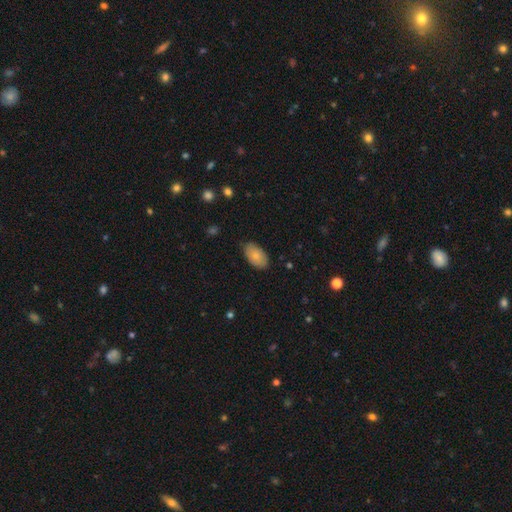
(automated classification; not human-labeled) Overall: smooth (82%). How rounded: in between (94%). Merging: none (79%).